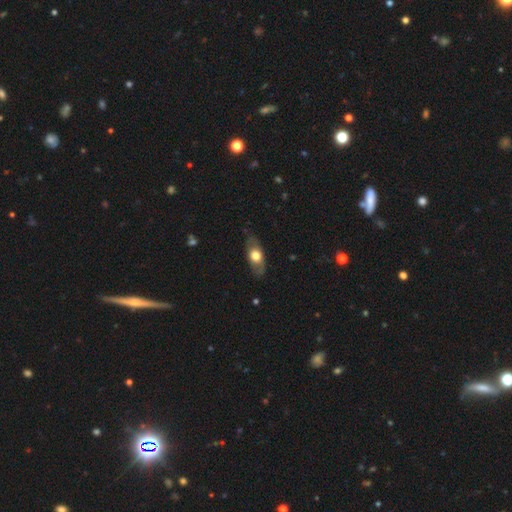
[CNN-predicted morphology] smooth 57%, featured or disk 37%, star or artifact 6%. Down the decision tree: how rounded — in between (81%); merging — none (79%).